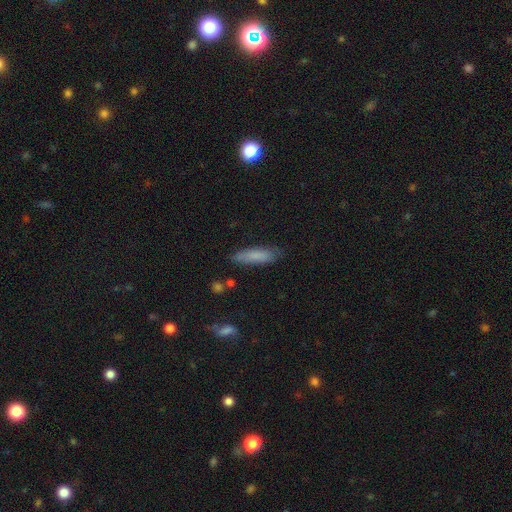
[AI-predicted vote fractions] This is likely a smooth galaxy (78%). How rounded: likely cigar-shaped (70%). Merging: likely none (78%).